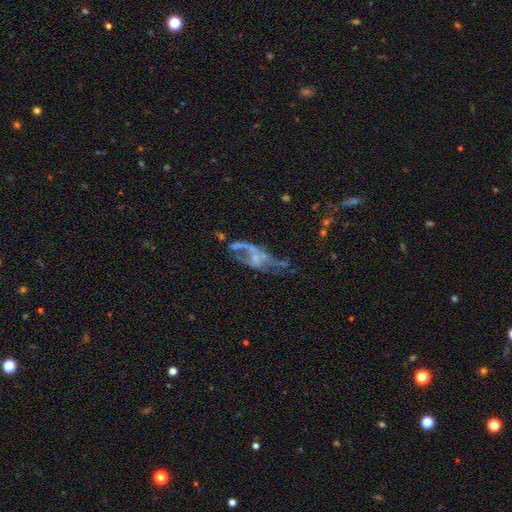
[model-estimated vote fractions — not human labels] smooth_or_featured: featured or disk (p=0.66) [alt: smooth p=0.18]
disk_edge_on: no (p=0.90) [alt: yes p=0.10]
bar: no (p=0.74) [alt: weak p=0.18]
has_spiral_arms: no (p=0.66) [alt: yes p=0.34]
bulge_size: none (p=0.49) [alt: small p=0.36]
merging: major disturbance (p=0.42) [alt: none p=0.27]